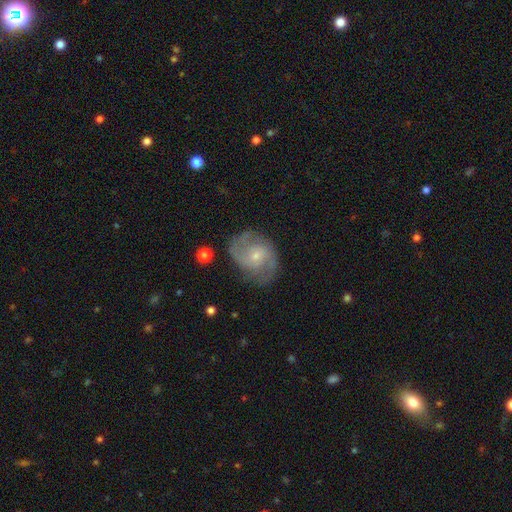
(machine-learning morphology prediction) Smooth or featured? Predicted: featured or disk (p=0.81). Edge-on disk? Predicted: no (p=0.98). Bar? Predicted: no (p=0.59). Spiral arms? Predicted: yes (p=0.94). Spiral winding? Predicted: medium (p=0.52). Spiral arm count? Predicted: 2 (p=0.82). Bulge size? Predicted: small (p=0.71). Merging? Predicted: none (p=0.75).